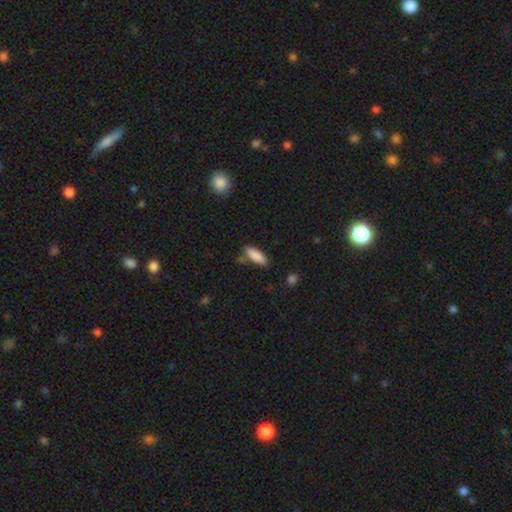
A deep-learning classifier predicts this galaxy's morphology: Smooth or featured?
  - smooth: 86% *
  - star or artifact: 7%
  - featured or disk: 7%
How rounded?
  - in between: 60% *
  - cigar-shaped: 38%
  - round: 2%
Merging?
  - none: 69% *
  - minor disturbance: 20%
  - merger: 6%
  - major disturbance: 5%